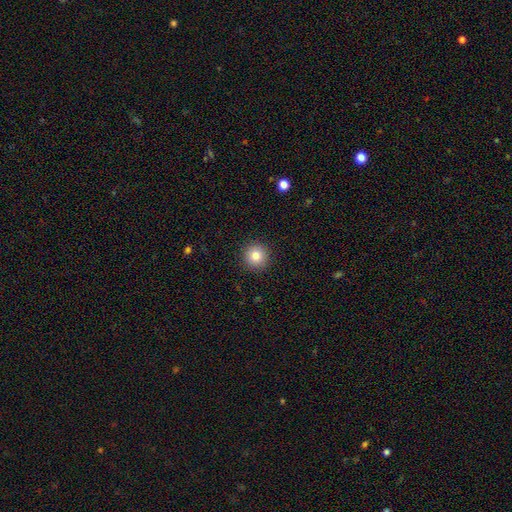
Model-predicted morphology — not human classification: Smooth or featured? smooth (83%)
How rounded? round (95%)
Merging? none (92%)